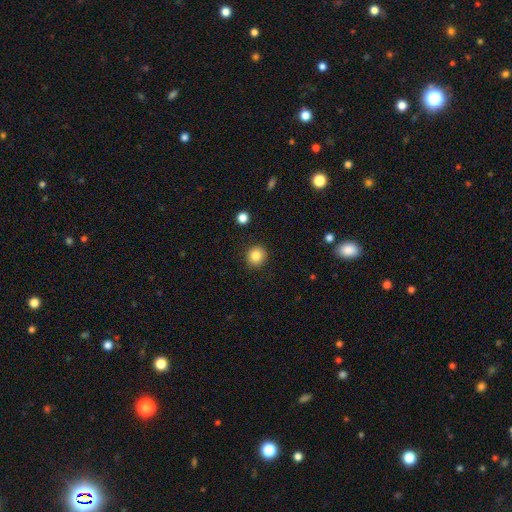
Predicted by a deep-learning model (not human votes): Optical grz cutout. It shows a smooth galaxy with no disk features (84%) that is round (90%). Merging: none (91%).